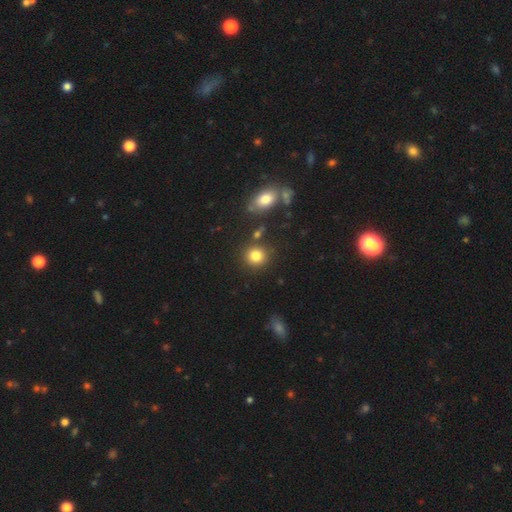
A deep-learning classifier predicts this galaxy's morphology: Smooth or featured?
  - smooth: 83% *
  - star or artifact: 11%
  - featured or disk: 6%
How rounded?
  - round: 86% *
  - in between: 13%
  - cigar-shaped: 1%
Merging?
  - none: 82% *
  - minor disturbance: 8%
  - merger: 7%
  - major disturbance: 3%